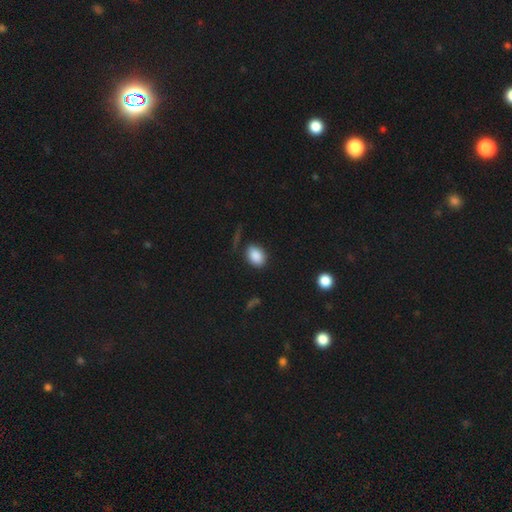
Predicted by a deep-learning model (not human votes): A smooth galaxy with no disk features (87%) that is in between round and cigar-shaped (75%).

Vote fractions:
- Smooth or featured? smooth: 87% / star or artifact: 8% / featured or disk: 5%
- How rounded? in between: 75% / round: 24% / cigar-shaped: 1%
- Merging? none: 73% / minor disturbance: 17% / major disturbance: 7% / merger: 3%